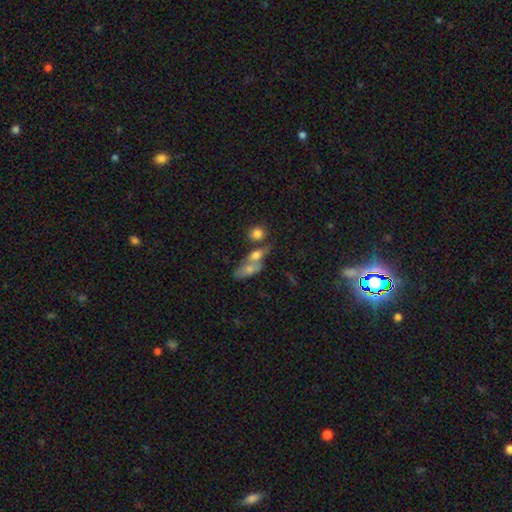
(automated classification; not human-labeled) Smooth or featured: smooth — 66% (featured or disk — 23%)
How rounded: in between — 57% (round — 27%)
Merging: merger — 45% (none — 37%)